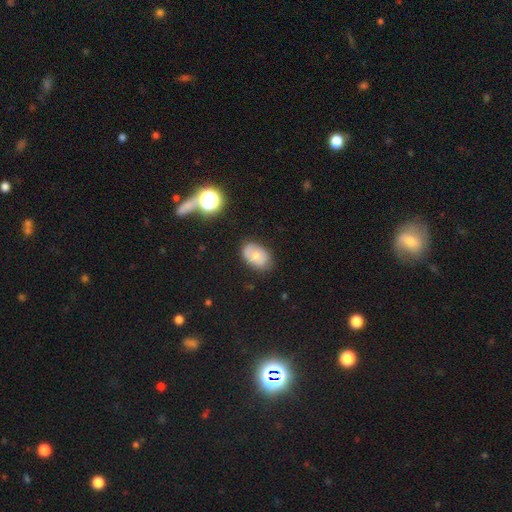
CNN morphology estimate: This appears to be a smooth galaxy with no disk features (64%) that is in between round and cigar-shaped (85%). Merging: none (76%).